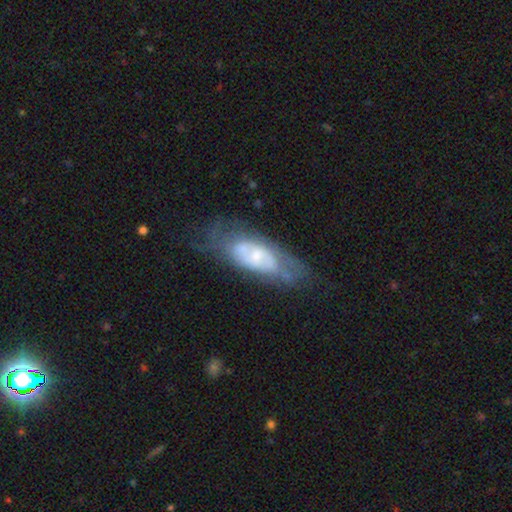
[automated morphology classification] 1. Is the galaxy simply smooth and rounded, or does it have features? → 66% featured or disk, 27% smooth, 7% star or artifact.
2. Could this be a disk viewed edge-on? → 87% no, 13% yes.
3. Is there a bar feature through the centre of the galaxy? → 67% no, 27% weak, 6% strong.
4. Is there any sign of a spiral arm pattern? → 62% yes, 38% no.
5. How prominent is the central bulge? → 55% small, 33% moderate, 5% none, 5% large, 1% dominant.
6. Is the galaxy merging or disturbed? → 52% none, 25% minor disturbance, 18% major disturbance, 6% merger.